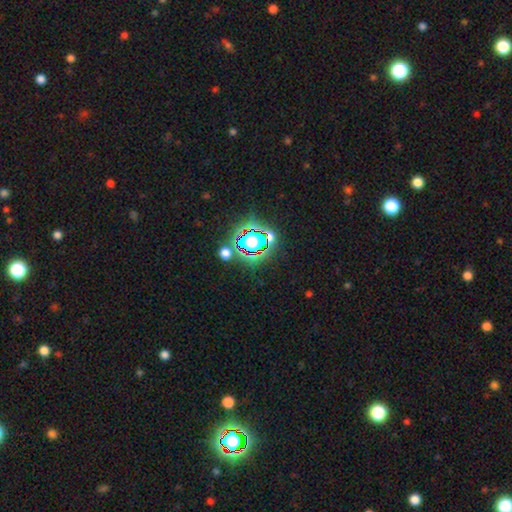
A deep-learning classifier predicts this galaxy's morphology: star or artifact 78%, smooth 14%, featured or disk 8%.